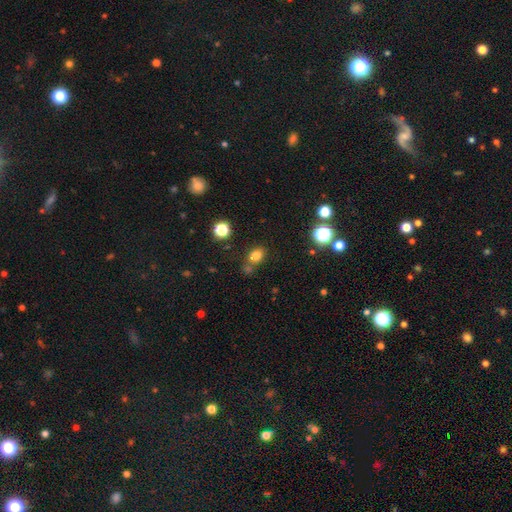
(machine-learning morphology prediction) Smooth or featured?
  - smooth: 78% *
  - star or artifact: 15%
  - featured or disk: 7%
How rounded?
  - in between: 61% *
  - round: 38%
  - cigar-shaped: 1%
Merging?
  - none: 65% *
  - merger: 17%
  - minor disturbance: 13%
  - major disturbance: 4%